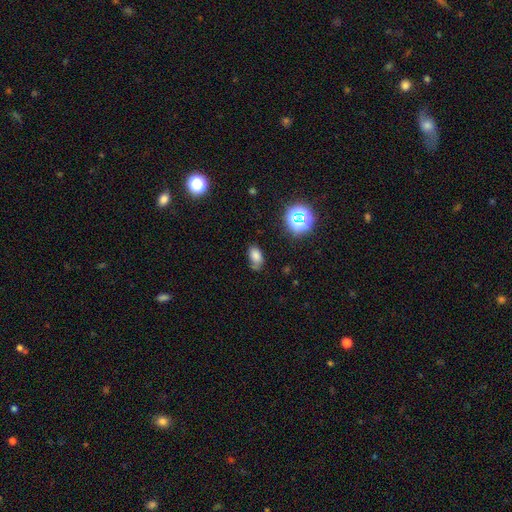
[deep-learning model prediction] Smooth or featured: smooth — 75% (star or artifact — 16%)
How rounded: in between — 89% (round — 9%)
Merging: none — 59% (minor disturbance — 28%)